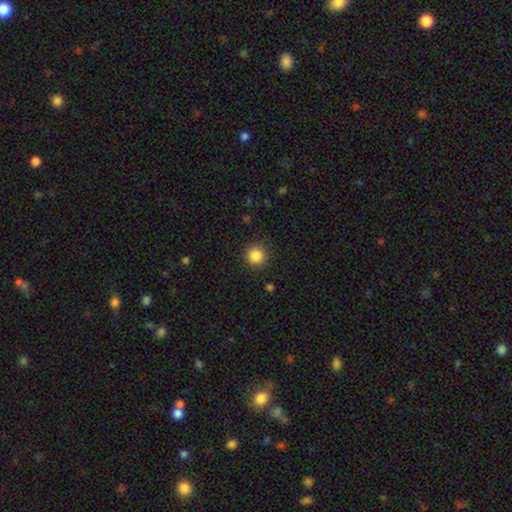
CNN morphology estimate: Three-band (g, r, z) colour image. It shows a smooth galaxy with no disk features (86%) that is round (95%). Merging: none (91%).